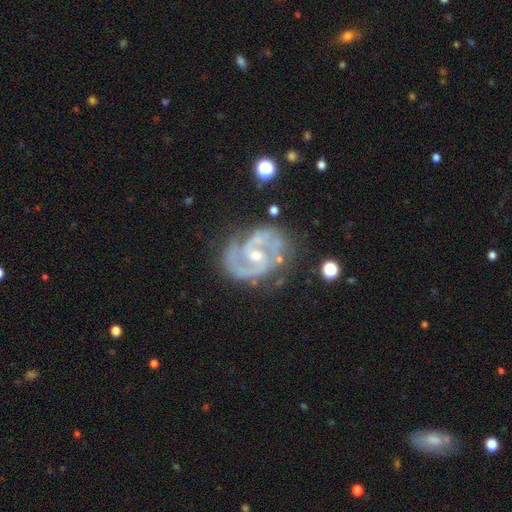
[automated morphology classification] This is clearly a featured or disk galaxy (92%). It is clearly not viewed edge-on (98%). Bar: possibly weak (46%). Spiral arm pattern: clearly yes (98%). Spiral arm count: clearly 2 (87%). Spiral winding: possibly medium (55%). Central bulge: possibly moderate (52%). Merging: likely none (67%).